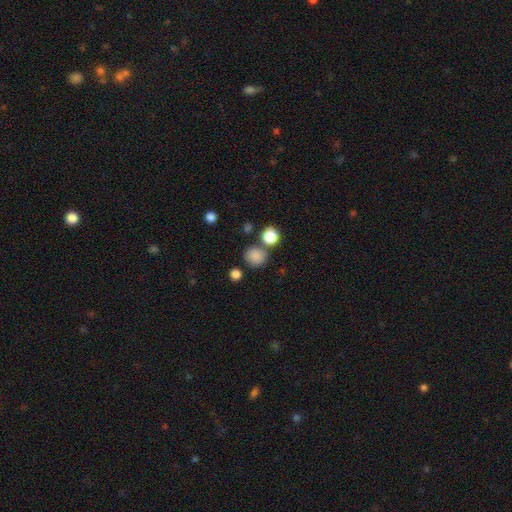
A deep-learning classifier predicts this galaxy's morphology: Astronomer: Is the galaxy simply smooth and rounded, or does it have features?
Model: smooth — 83%.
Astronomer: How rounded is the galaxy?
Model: round — 88%.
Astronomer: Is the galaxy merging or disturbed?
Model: none — 73%.